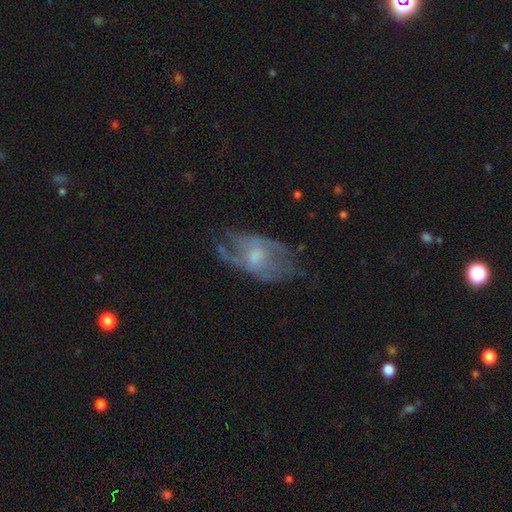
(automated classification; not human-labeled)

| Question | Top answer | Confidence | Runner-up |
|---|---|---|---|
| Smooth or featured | featured or disk | 68% | smooth (24%) |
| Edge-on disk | no | 93% | yes (7%) |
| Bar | no | 64% | weak (31%) |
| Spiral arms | yes | 65% | no (35%) |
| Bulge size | moderate | 47% | small (38%) |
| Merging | none | 48% | minor disturbance (26%) |